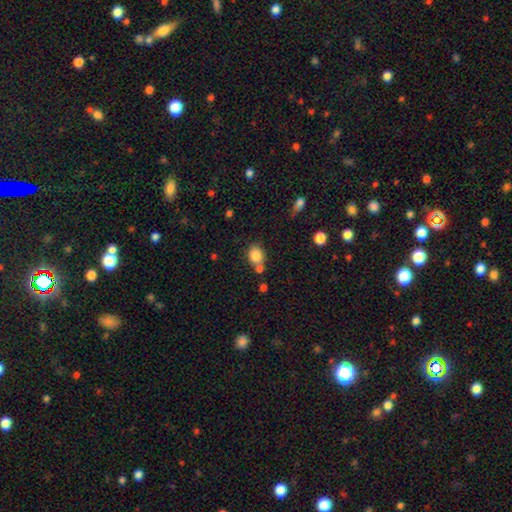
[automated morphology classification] A smooth galaxy with no disk features (84%) that is round (50%).

Vote fractions:
- Smooth or featured? smooth: 84% / star or artifact: 9% / featured or disk: 6%
- How rounded? round: 50% / in between: 49% / cigar-shaped: 1%
- Merging? none: 59% / merger: 24% / minor disturbance: 13% / major disturbance: 4%